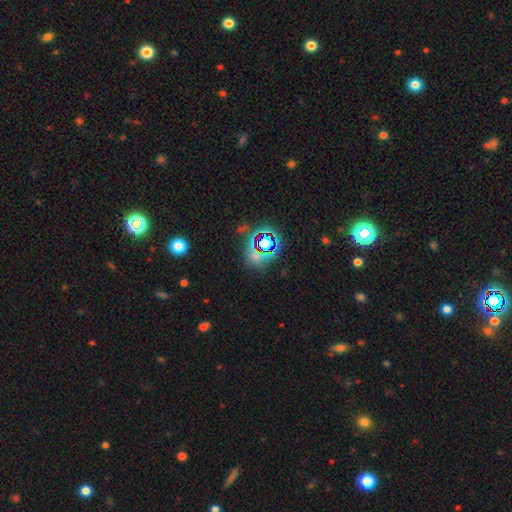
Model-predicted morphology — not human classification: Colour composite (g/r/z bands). It shows a star or artifact, not a galaxy (66%).